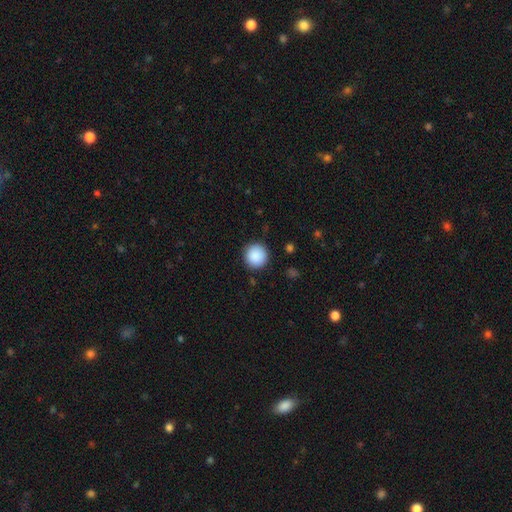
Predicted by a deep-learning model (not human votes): smooth_or_featured: smooth (p=0.89) [alt: star or artifact p=0.08]
how_rounded: round (p=0.96) [alt: in between p=0.03]
merging: none (p=0.90) [alt: minor disturbance p=0.06]